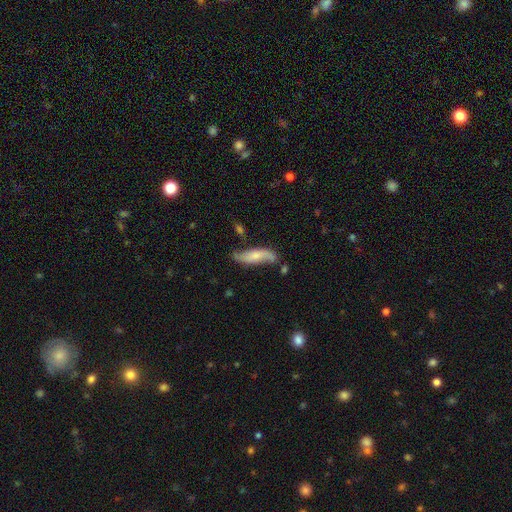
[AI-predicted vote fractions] A featured or disk galaxy (54%). Merging: none (61%).